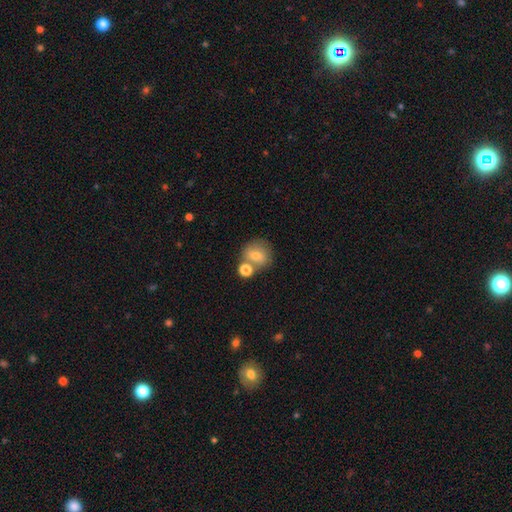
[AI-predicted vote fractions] A smooth galaxy with no disk features (68%) that is round (79%). Merging: none (55%).